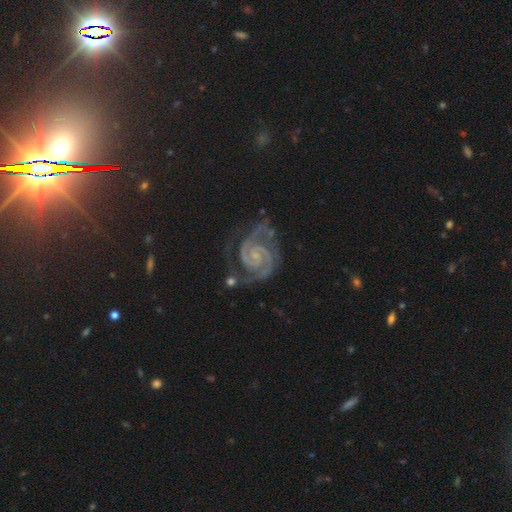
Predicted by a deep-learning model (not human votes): Overall: featured or disk (93%). Edge-on disk: no (98%). Bar: no (57%; weak 32%). Spiral arms: yes (99%). Spiral arm count: 2 (88%). Spiral winding: tight (63%; medium 33%). Bulge size: small (74%). Merging: none (66%).